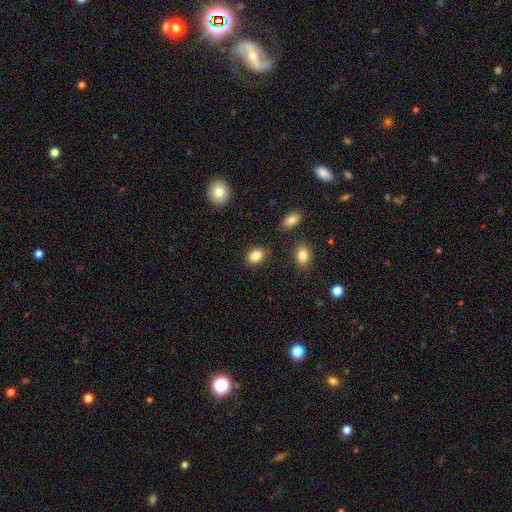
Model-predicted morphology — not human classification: This is clearly a smooth galaxy (85%). How rounded: likely in between (68%). Merging: clearly none (84%).